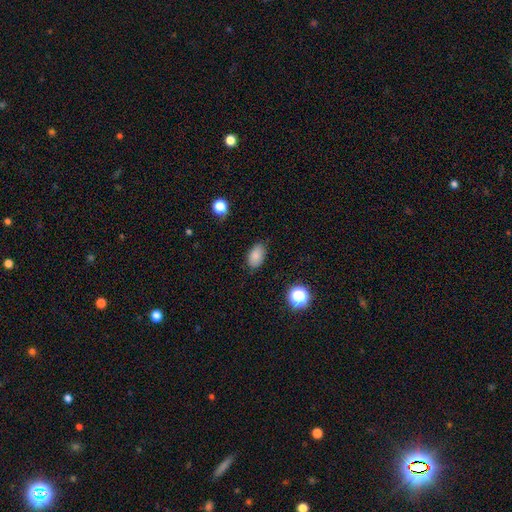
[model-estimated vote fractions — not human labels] The model was most divided on "merging": none: 80%, minor disturbance: 15%, major disturbance: 3%, merger: 1%. More confident: how rounded — in between (90%); smooth or featured — smooth (84%).